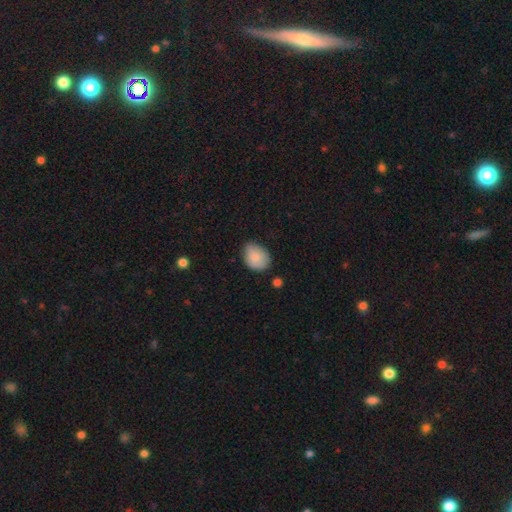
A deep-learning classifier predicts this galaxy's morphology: The model was most divided on "how rounded": in between: 69%, round: 30%, cigar-shaped: 1%. More confident: smooth or featured — smooth (85%); merging — none (67%).